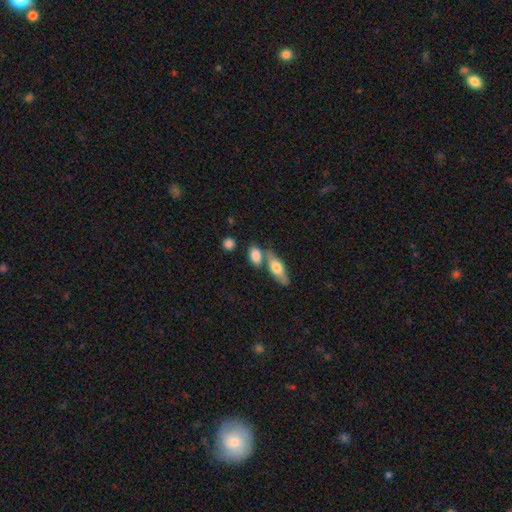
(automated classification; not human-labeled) A smooth galaxy with no disk features (80%) that is in between round and cigar-shaped (74%).

Vote fractions:
- Smooth or featured? smooth: 80% / featured or disk: 13% / star or artifact: 7%
- How rounded? in between: 74% / round: 17% / cigar-shaped: 9%
- Merging? none: 56% / merger: 28% / minor disturbance: 12% / major disturbance: 4%